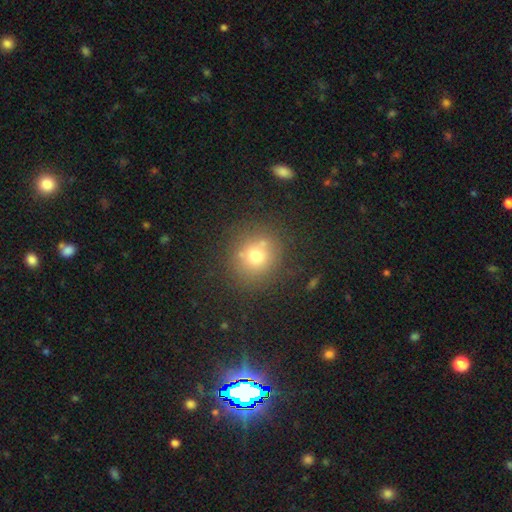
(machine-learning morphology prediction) A smooth galaxy with no disk features (71%) that is round (84%). Merging: none (76%).